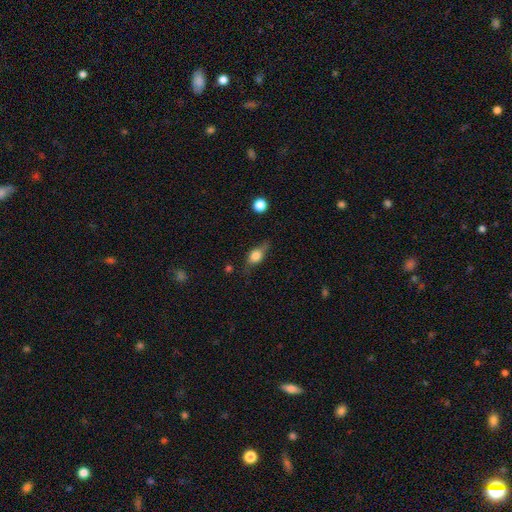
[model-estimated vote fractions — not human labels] The model was most divided on "merging": none: 60%, minor disturbance: 28%, major disturbance: 10%, merger: 3%. More confident: how rounded — in between (70%); smooth or featured — smooth (68%).